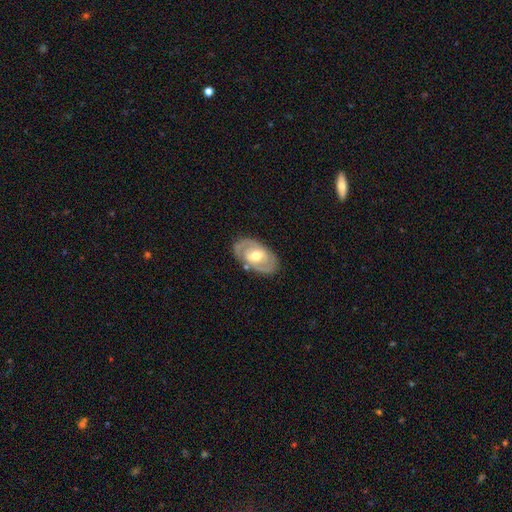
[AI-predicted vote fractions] smooth-or-featured: featured or disk: 76% | smooth: 19% | star or artifact: 5%
  disk-edge-on: no: 94% | yes: 6%
    bar: weak: 43% | no: 41% | strong: 16%
    has-spiral-arms: yes: 80% | no: 20%
      spiral-winding: tight: 52% | medium: 38% | loose: 10%
      spiral-arm-count: 2: 78% | can't tell: 13% | 3: 3% | 1: 3% | 4: 1% | more than 4: 1%
    bulge-size: moderate: 71% | small: 18% | large: 8% | none: 1% | dominant: 1%
  merging: none: 82% | minor disturbance: 13% | major disturbance: 4% | merger: 2%